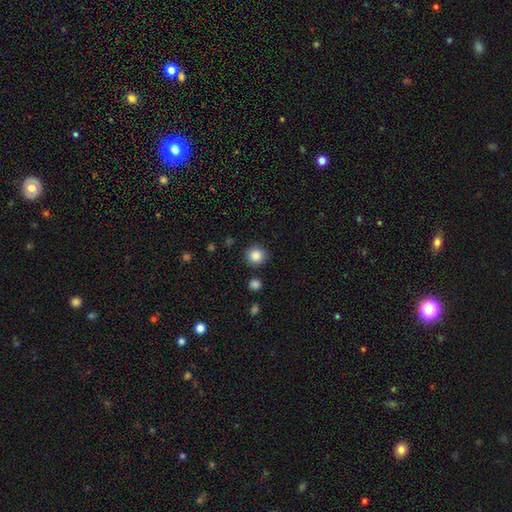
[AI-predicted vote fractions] A smooth galaxy with no disk features (86%) that is round (92%). Merging: none (88%).